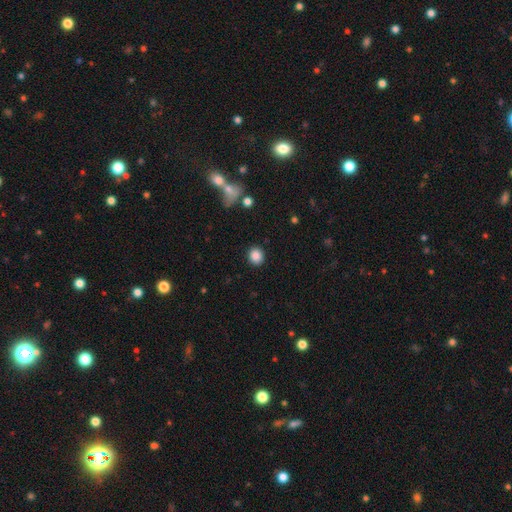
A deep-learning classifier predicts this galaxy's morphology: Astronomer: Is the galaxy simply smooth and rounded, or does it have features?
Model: smooth — 87%.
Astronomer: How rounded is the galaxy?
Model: round — 82%.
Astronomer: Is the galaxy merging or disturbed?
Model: none — 90%.